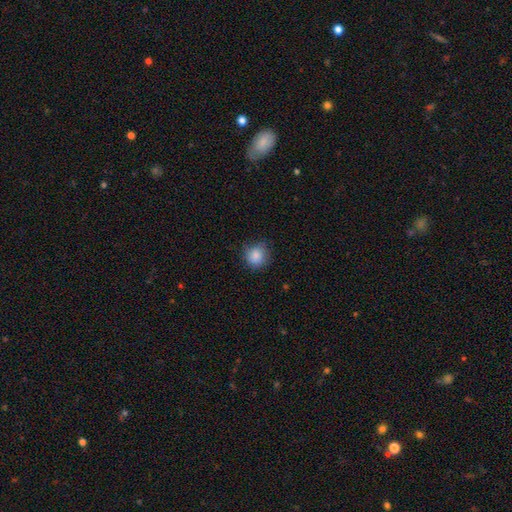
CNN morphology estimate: smooth-or-featured: smooth: 86% | star or artifact: 9% | featured or disk: 5%
  how-rounded: round: 86% | in between: 13% | cigar-shaped: 1%
  merging: none: 78% | minor disturbance: 17% | major disturbance: 4% | merger: 1%